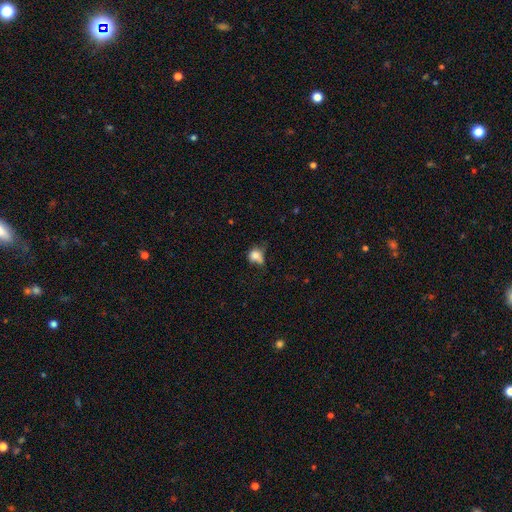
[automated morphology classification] Overall: smooth (76%). How rounded: round (64%; in between 34%). Merging: none (36%; minor disturbance 32%).